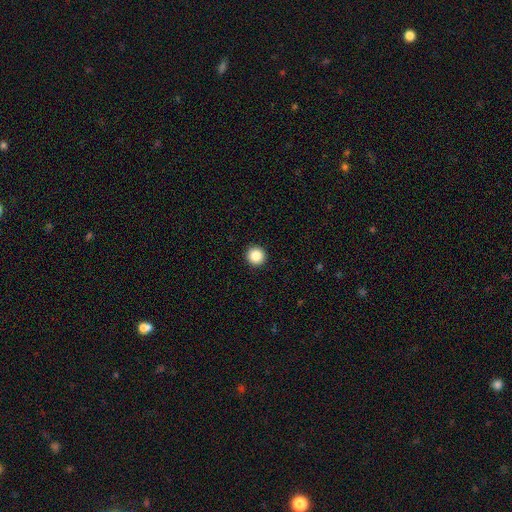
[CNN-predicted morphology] The model was most divided on "smooth or featured": smooth: 87%, star or artifact: 9%, featured or disk: 4%. More confident: how rounded — round (96%); merging — none (94%).